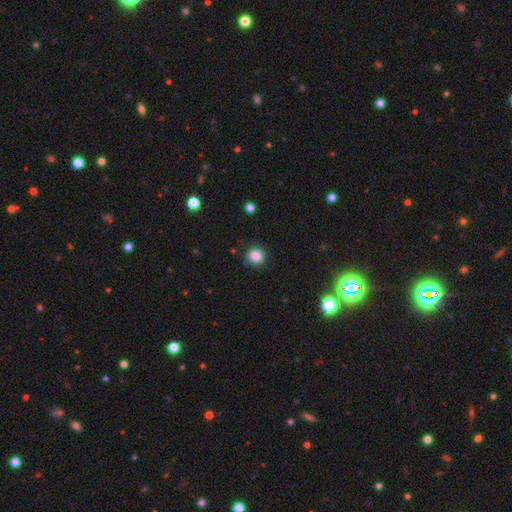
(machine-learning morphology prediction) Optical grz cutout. It shows a smooth galaxy with no disk features (84%) that is round (93%). Merging: none (87%).